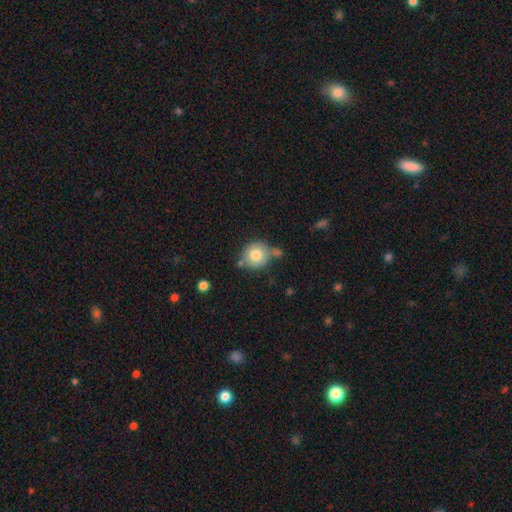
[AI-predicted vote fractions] smooth 78%, featured or disk 13%, star or artifact 9%. Down the decision tree: how rounded — round (90%); merging — none (63%).